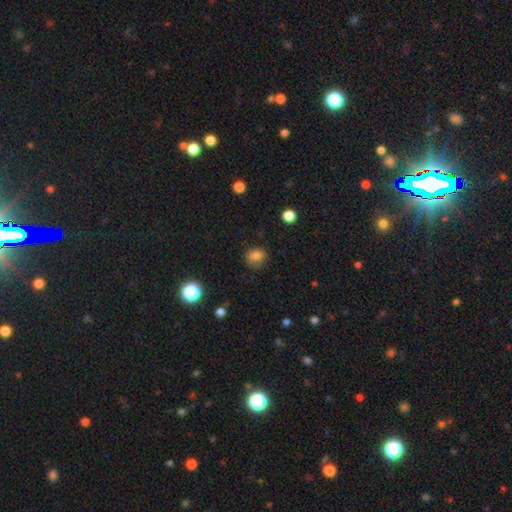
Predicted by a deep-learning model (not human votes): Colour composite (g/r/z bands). It shows a smooth galaxy with no disk features (81%) that is round (66%). Merging: none (79%).